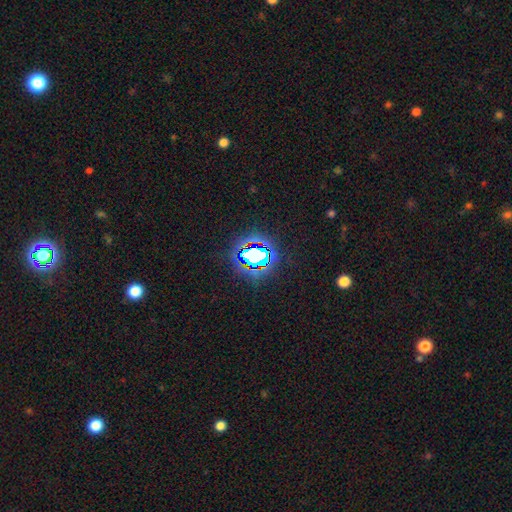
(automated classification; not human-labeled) Morphology: type=star or artifact (61%).